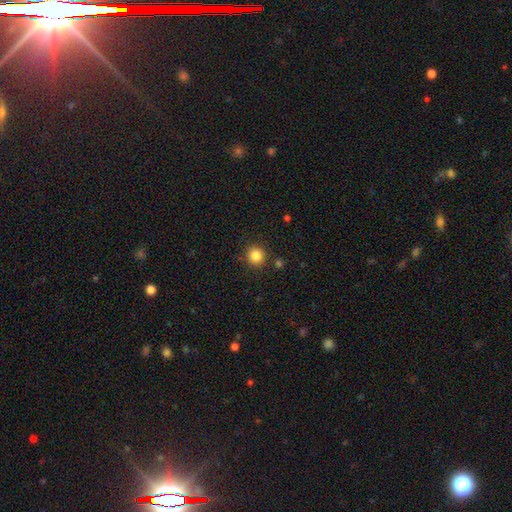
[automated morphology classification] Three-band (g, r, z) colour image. It shows a smooth galaxy with no disk features (85%) that is round (90%). Merging: none (87%).